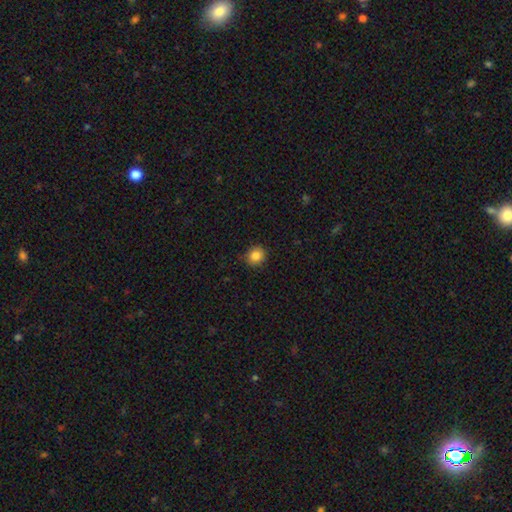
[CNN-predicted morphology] smooth 85%, star or artifact 10%, featured or disk 5%. Down the decision tree: how rounded — round (87%); merging — none (87%).